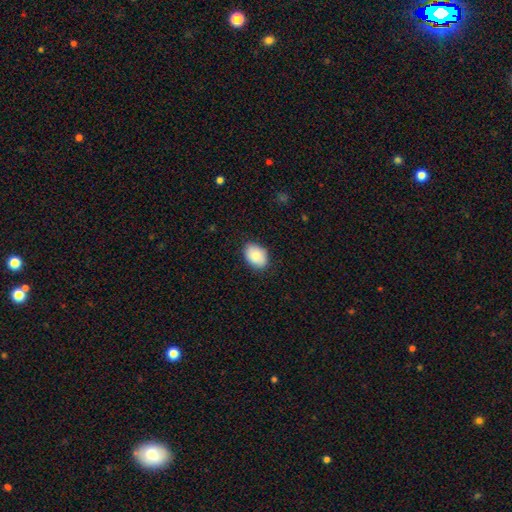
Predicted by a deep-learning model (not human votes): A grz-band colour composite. It shows a smooth galaxy with no disk features (86%) that is in between round and cigar-shaped (80%). Merging: none (85%).